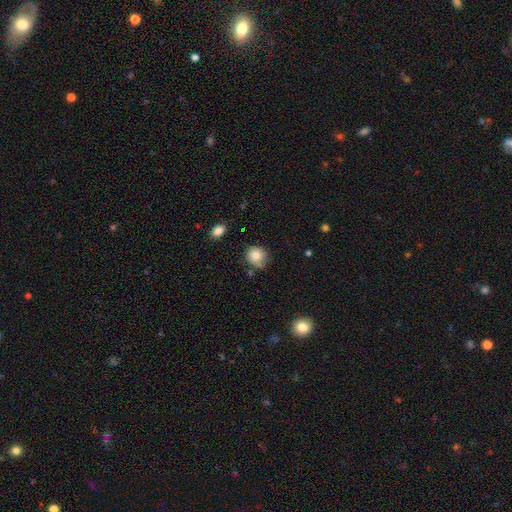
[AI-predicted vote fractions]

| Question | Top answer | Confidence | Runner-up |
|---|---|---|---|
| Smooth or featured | smooth | 82% | star or artifact (10%) |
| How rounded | round | 79% | in between (20%) |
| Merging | none | 69% | minor disturbance (23%) |